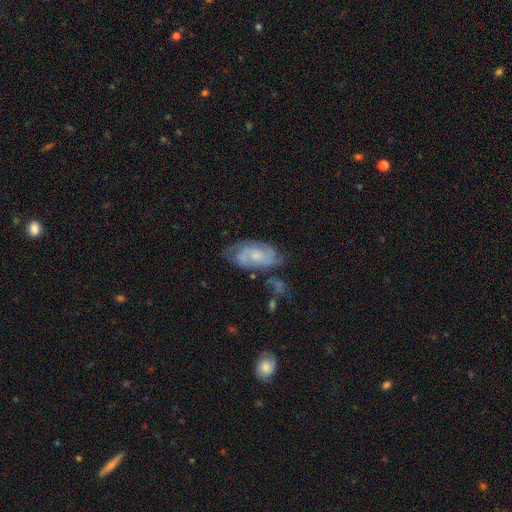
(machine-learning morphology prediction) Smooth or featured? Predicted: featured or disk (p=0.67). Edge-on disk? Predicted: no (p=0.94). Bar? Predicted: no (p=0.70). Spiral arms? Predicted: yes (p=0.86). Spiral winding? Predicted: tight (p=0.42, tied with medium). Spiral arm count? Predicted: 2 (p=0.39). Bulge size? Predicted: small (p=0.57). Merging? Predicted: none (p=0.57).